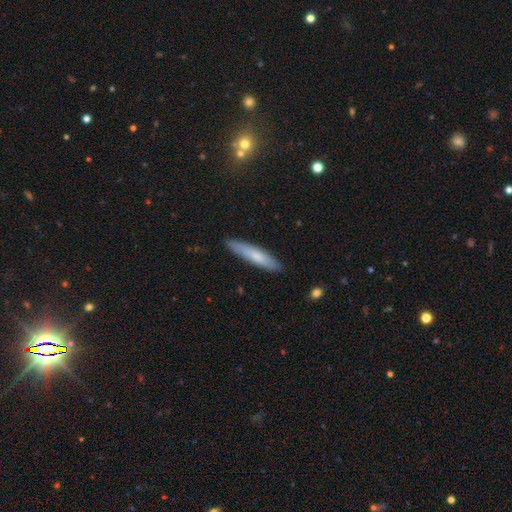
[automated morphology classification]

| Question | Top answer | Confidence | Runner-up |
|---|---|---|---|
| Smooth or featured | smooth | 68% | featured or disk (26%) |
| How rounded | cigar-shaped | 88% | in between (10%) |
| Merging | none | 87% | minor disturbance (10%) |